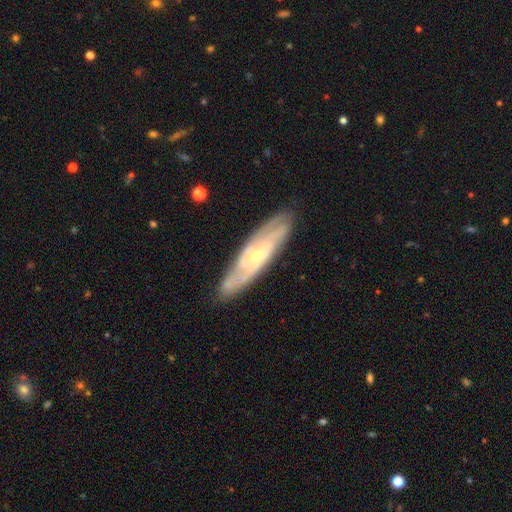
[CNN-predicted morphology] Smooth or featured: featured or disk — 79% (smooth — 16%)
Edge-on disk: no — 73% (yes — 27%)
Bar: no — 58% (weak — 33%)
Spiral arms: yes — 93% (no — 7%)
Spiral winding: tight — 50% (medium — 39%)
Spiral arm count: can't tell — 36% (2 — 34%)
Bulge size: small — 65% (moderate — 31%)
Merging: none — 82% (minor disturbance — 14%)